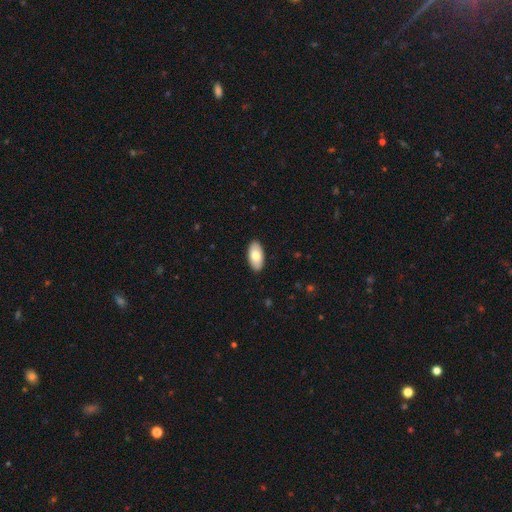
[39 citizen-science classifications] Volunteers were most divided on "smooth or featured": smooth: 82%, featured or disk: 15%, star or artifact: 3%. More confident: merging — none (92%); how rounded — in between (91%).